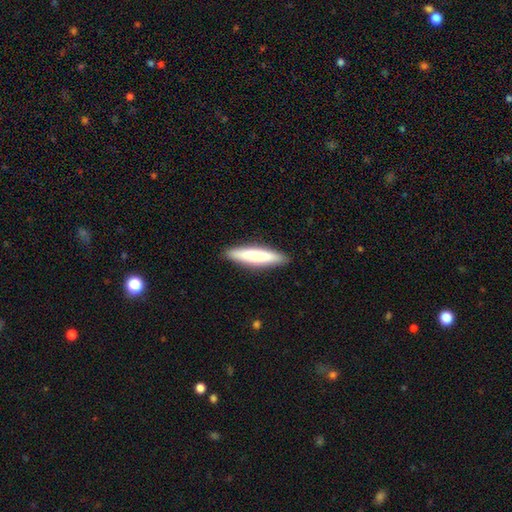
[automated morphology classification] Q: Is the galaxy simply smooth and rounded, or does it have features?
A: smooth — 75%.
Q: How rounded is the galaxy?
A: cigar-shaped — 84%.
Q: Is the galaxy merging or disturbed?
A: none — 90%.